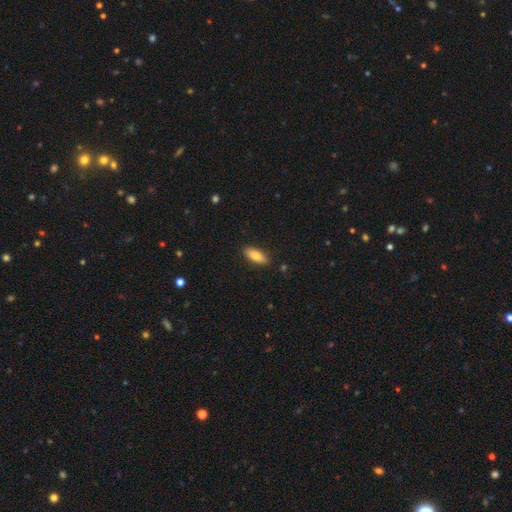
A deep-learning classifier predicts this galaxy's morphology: Smooth or featured?
  - smooth: 83% *
  - featured or disk: 10%
  - star or artifact: 6%
How rounded?
  - in between: 77% *
  - cigar-shaped: 21%
  - round: 2%
Merging?
  - none: 87% *
  - minor disturbance: 10%
  - major disturbance: 2%
  - merger: 1%